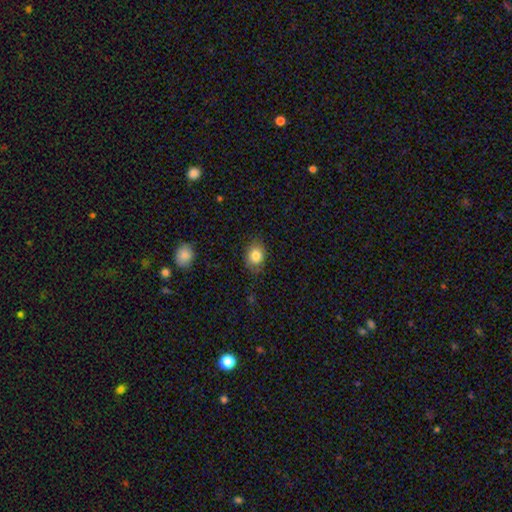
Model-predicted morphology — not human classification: smooth-or-featured: smooth: 84% | star or artifact: 9% | featured or disk: 7%
  how-rounded: in between: 54% | round: 45% | cigar-shaped: 1%
  merging: none: 79% | minor disturbance: 16% | major disturbance: 4% | merger: 1%